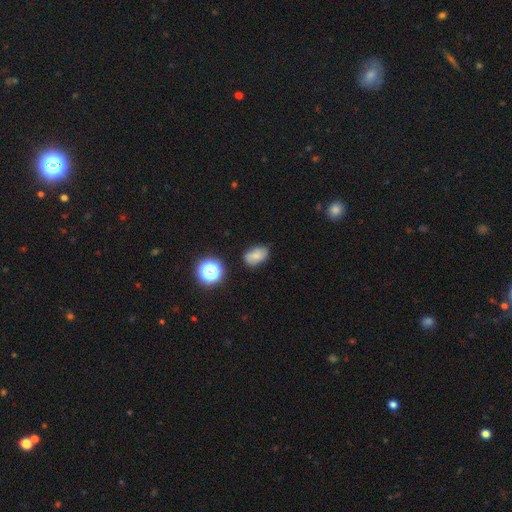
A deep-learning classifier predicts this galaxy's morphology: Smooth or featured?
  - smooth: 72% *
  - featured or disk: 15%
  - star or artifact: 13%
How rounded?
  - in between: 84% *
  - round: 15%
  - cigar-shaped: 2%
Merging?
  - none: 72% *
  - minor disturbance: 21%
  - major disturbance: 4%
  - merger: 3%